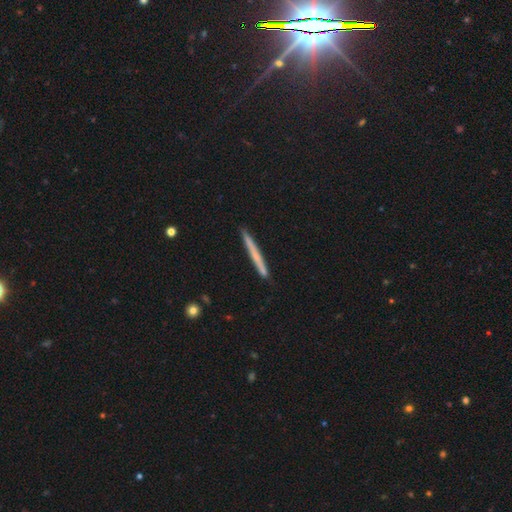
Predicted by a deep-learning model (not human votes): A smooth galaxy with no disk features (55%) that is cigar-shaped (97%). Merging: none (90%).